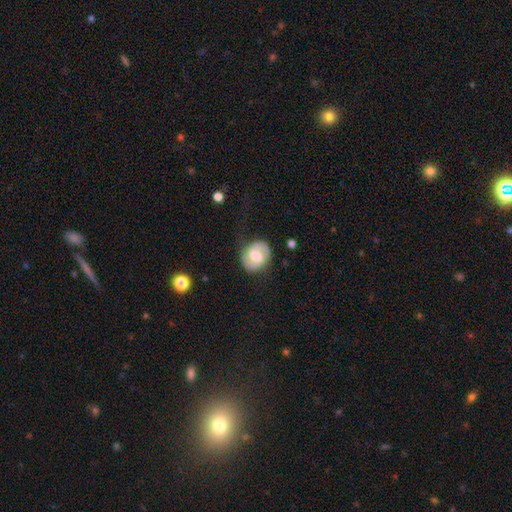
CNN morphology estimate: Smooth or featured: featured or disk — 63% (smooth — 30%)
Edge-on disk: no — 98% (yes — 2%)
Bar: weak — 53% (no — 27%)
Spiral arms: yes — 90% (no — 10%)
Spiral winding: medium — 48% (tight — 32%)
Spiral arm count: 2 — 88% (can't tell — 6%)
Bulge size: moderate — 49% (large — 24%)
Merging: none — 76% (minor disturbance — 16%)